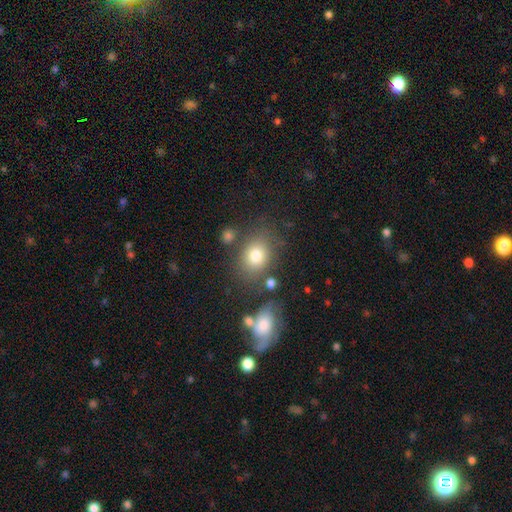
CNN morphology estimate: The model was most divided on "how rounded": round: 53%, in between: 46%, cigar-shaped: 1%. More confident: smooth or featured — smooth (77%); merging — none (70%).